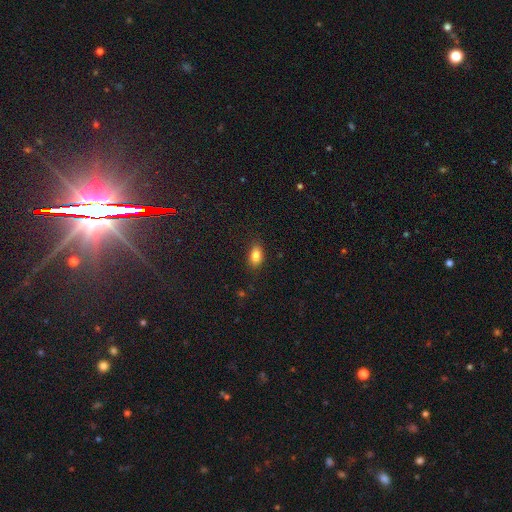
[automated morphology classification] smooth_or_featured: smooth (p=0.84) [alt: star or artifact p=0.09]
how_rounded: in between (p=0.87) [alt: round p=0.10]
merging: none (p=0.84) [alt: minor disturbance p=0.12]